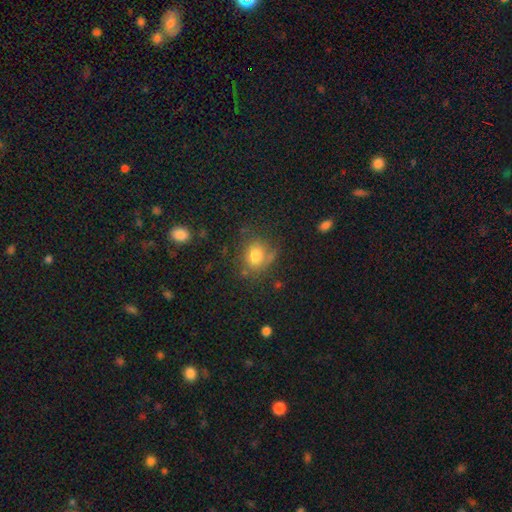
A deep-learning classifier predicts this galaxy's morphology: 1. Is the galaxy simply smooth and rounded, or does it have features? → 74% smooth, 14% featured or disk, 12% star or artifact.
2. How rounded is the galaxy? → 55% round, 44% in between, 1% cigar-shaped.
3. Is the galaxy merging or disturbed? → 62% none, 22% minor disturbance, 11% major disturbance, 5% merger.